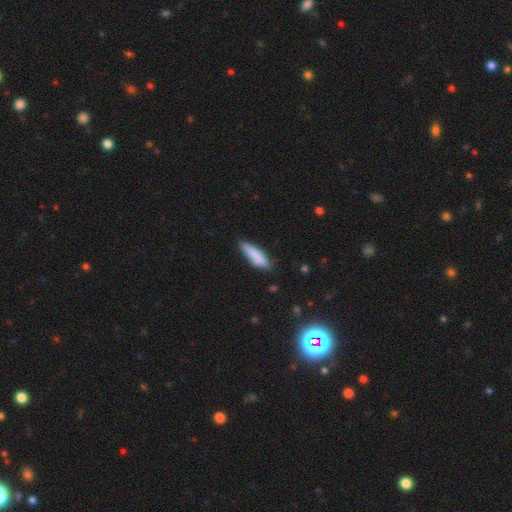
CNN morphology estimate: smooth_or_featured: smooth (p=0.80) [alt: featured or disk p=0.13]
how_rounded: cigar-shaped (p=0.64) [alt: in between p=0.35]
merging: none (p=0.68) [alt: minor disturbance p=0.23]